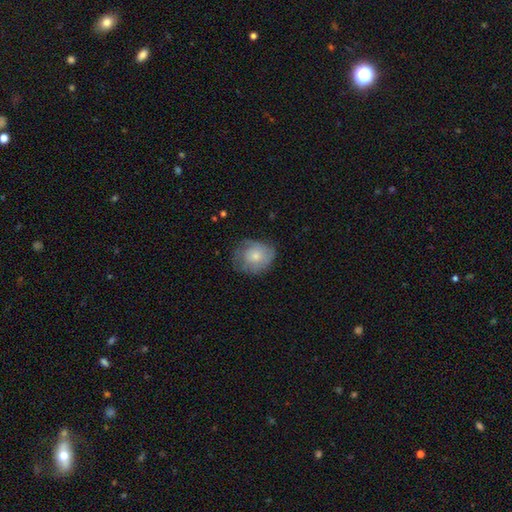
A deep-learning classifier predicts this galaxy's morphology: This is likely a smooth galaxy (61%). How rounded: likely round (71%). Merging: possibly none (59%).